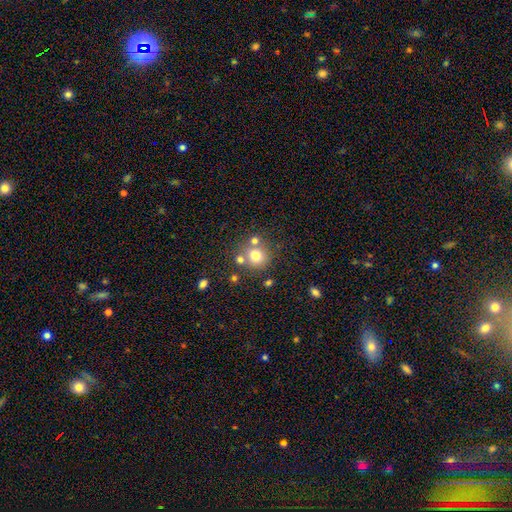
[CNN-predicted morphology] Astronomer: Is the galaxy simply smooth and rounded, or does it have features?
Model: smooth — 74%.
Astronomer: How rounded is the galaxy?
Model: round — 87%.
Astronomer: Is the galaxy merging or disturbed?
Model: none — 64%.